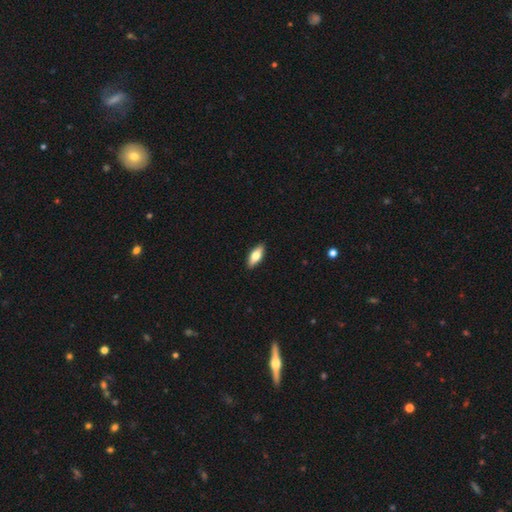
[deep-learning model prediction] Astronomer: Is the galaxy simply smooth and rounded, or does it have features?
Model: smooth — 65%.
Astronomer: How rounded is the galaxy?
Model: in between — 71%.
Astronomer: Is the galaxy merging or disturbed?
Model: none — 89%.